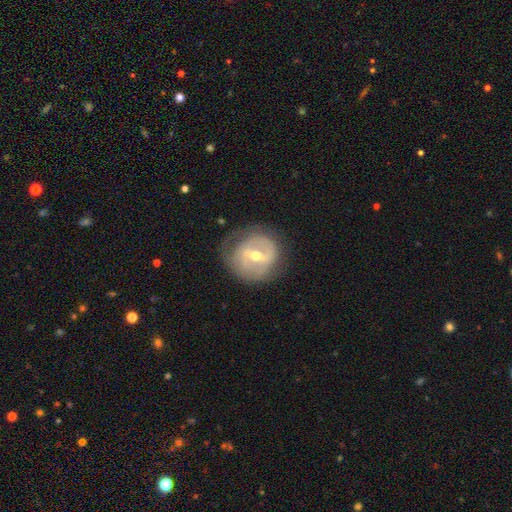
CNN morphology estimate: This appears to be a featured or disk galaxy (72%) with a weak bar (44%), spiral arms (59%) and a moderate central bulge (59%). Merging: none (65%).